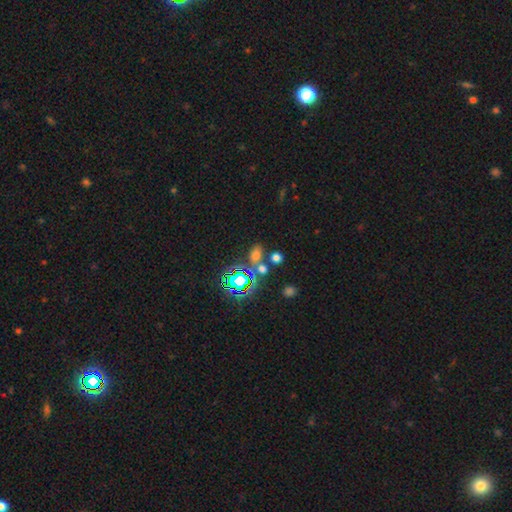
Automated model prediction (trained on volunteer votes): Smooth or featured? Predicted: smooth (p=0.55). How rounded? Predicted: in between (p=0.70). Merging? Predicted: none (p=0.63).